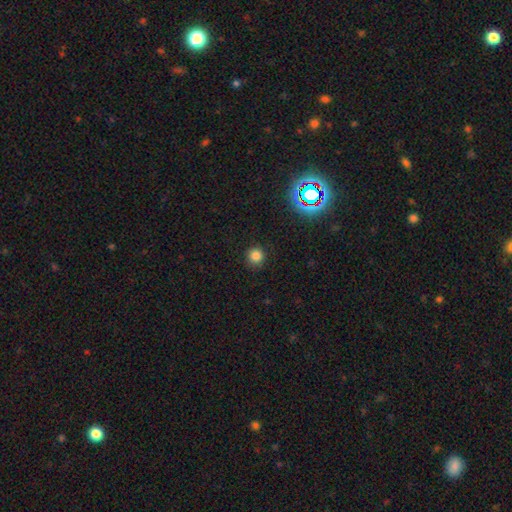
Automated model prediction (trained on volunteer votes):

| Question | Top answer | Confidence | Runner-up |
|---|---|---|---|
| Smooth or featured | smooth | 80% | star or artifact (16%) |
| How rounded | round | 93% | in between (6%) |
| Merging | none | 89% | minor disturbance (8%) |